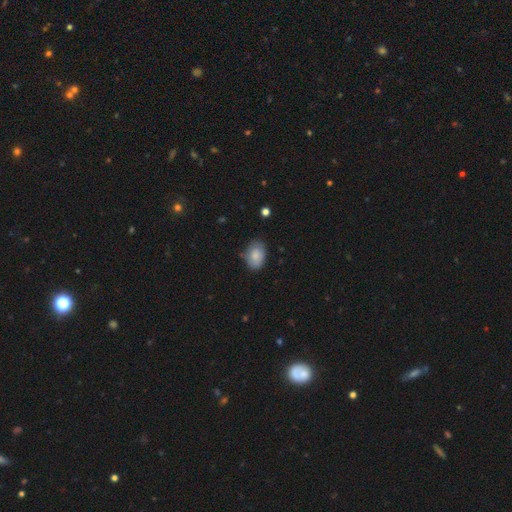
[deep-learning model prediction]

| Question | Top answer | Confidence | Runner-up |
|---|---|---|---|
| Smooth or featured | smooth | 84% | featured or disk (9%) |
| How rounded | in between | 85% | round (14%) |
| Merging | none | 75% | minor disturbance (20%) |